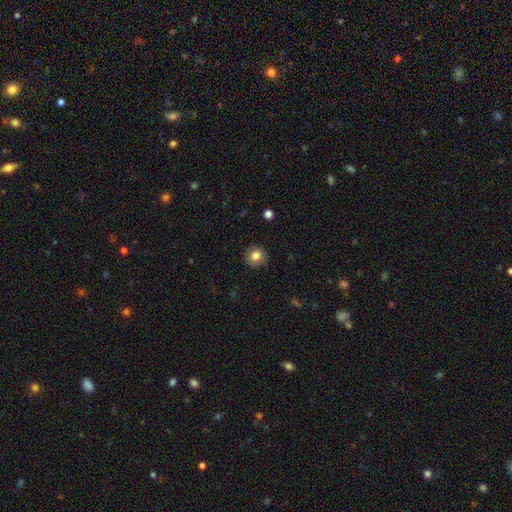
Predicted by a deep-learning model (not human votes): smooth 82%, star or artifact 10%, featured or disk 9%. Down the decision tree: how rounded — round (86%); merging — none (88%).